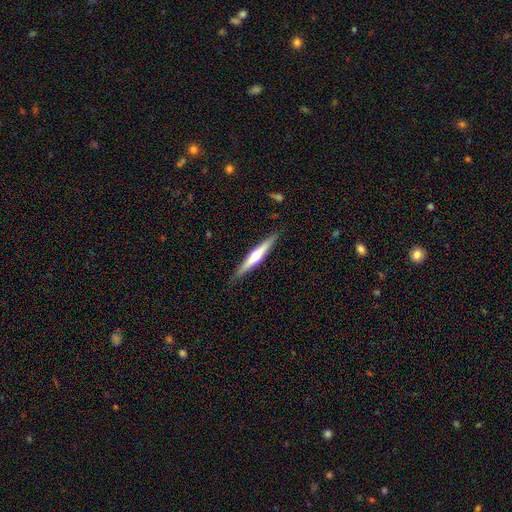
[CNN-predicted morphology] type=featured or disk (61%); edge-on=yes (97%); edge-on bulge=rounded (86%); merging=none (89%).